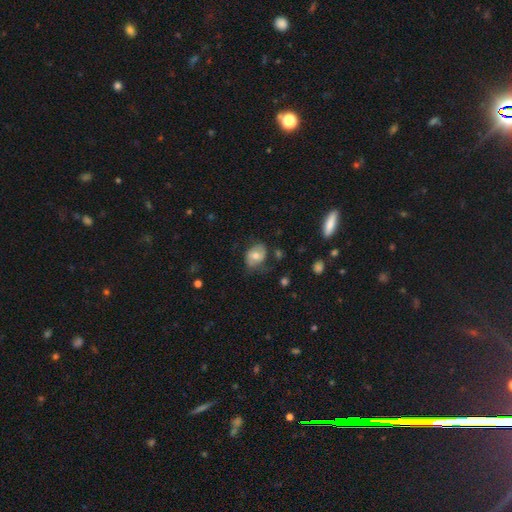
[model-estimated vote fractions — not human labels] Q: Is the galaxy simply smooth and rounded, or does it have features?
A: smooth — 61%.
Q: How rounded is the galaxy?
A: in between — 64%.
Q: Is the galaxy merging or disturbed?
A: none — 57%.